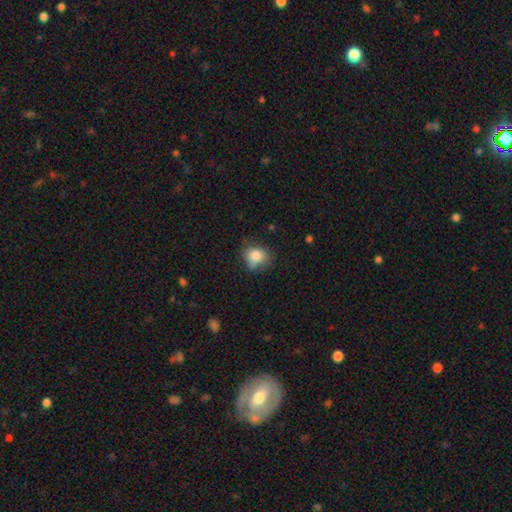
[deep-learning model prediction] Smooth or featured? Predicted: smooth (p=0.81). How rounded? Predicted: round (p=0.65). Merging? Predicted: none (p=0.56).